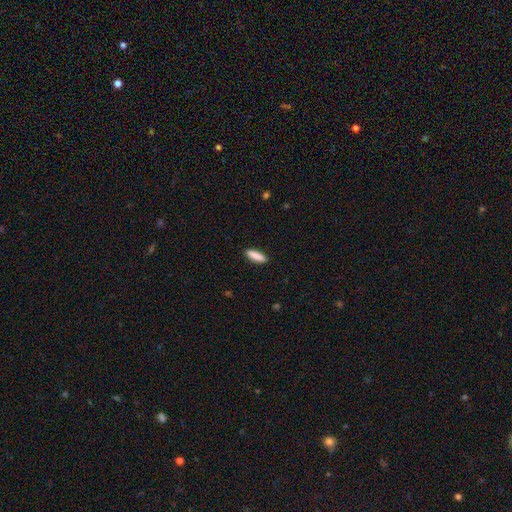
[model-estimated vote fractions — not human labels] This is clearly a smooth galaxy (88%). How rounded: likely cigar-shaped (65%). Merging: clearly none (90%).